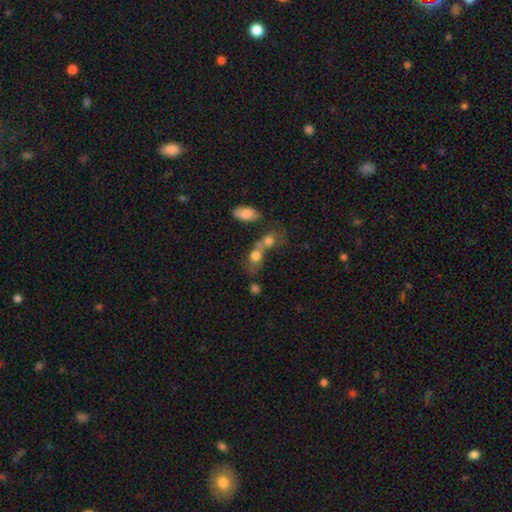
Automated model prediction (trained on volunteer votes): Morphology: type=smooth (73%); roundness=in between (52%); merging=merger (53%).